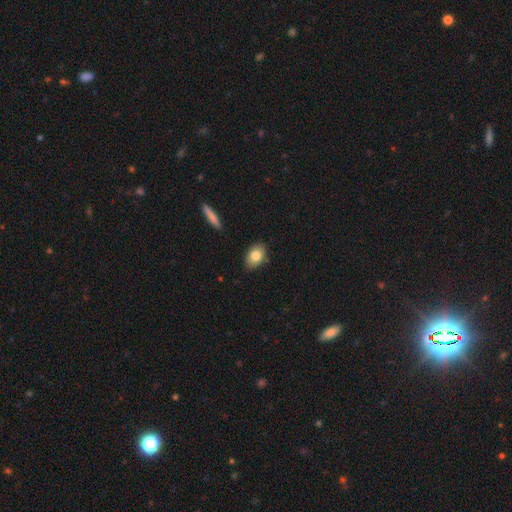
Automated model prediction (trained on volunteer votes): This appears to be a smooth galaxy with no disk features (79%) that is in between round and cigar-shaped (85%). Merging: none (85%).